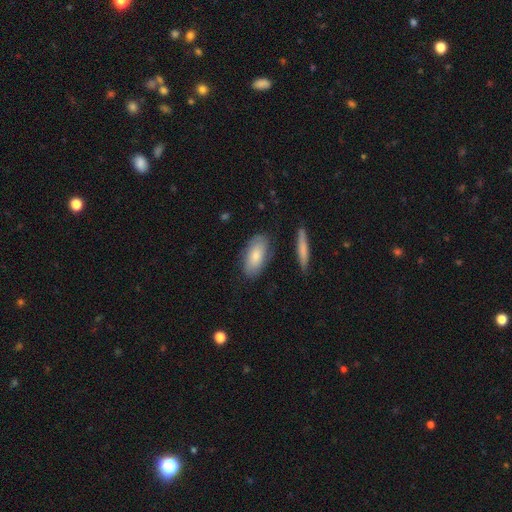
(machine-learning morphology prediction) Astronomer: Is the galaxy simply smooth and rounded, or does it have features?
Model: smooth — 74%.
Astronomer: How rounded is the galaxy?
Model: in between — 89%.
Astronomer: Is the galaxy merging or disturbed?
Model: none — 77%.